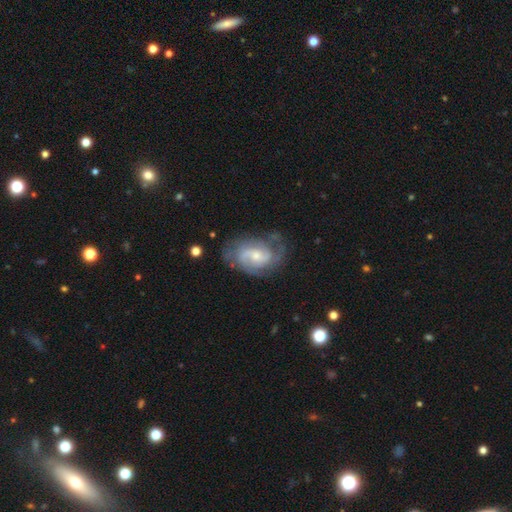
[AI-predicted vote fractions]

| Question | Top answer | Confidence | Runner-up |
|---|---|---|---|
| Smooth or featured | featured or disk | 81% | smooth (14%) |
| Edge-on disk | no | 97% | yes (3%) |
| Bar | no | 51% | weak (41%) |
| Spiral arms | yes | 92% | no (8%) |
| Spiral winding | medium | 46% | tight (36%) |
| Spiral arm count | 2 | 53% | can't tell (23%) |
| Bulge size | small | 53% | moderate (41%) |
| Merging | none | 63% | minor disturbance (22%) |